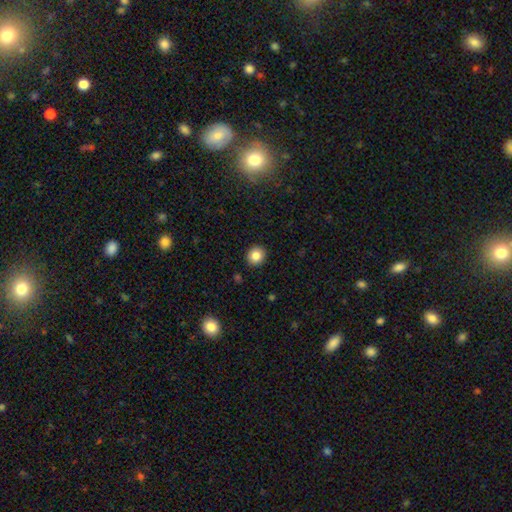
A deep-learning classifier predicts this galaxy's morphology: A smooth galaxy with no disk features (84%) that is round (86%). Merging: none (92%).